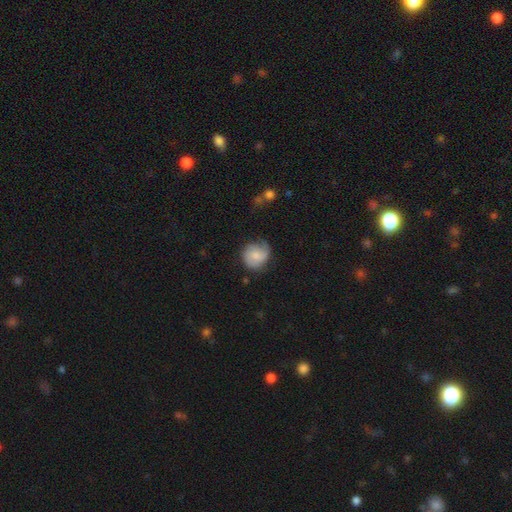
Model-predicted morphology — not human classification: A smooth galaxy with no disk features (48%).

Vote fractions:
- Smooth or featured? smooth: 48% / featured or disk: 45% / star or artifact: 7%
- Merging? none: 63% / minor disturbance: 25% / major disturbance: 11% / merger: 2%